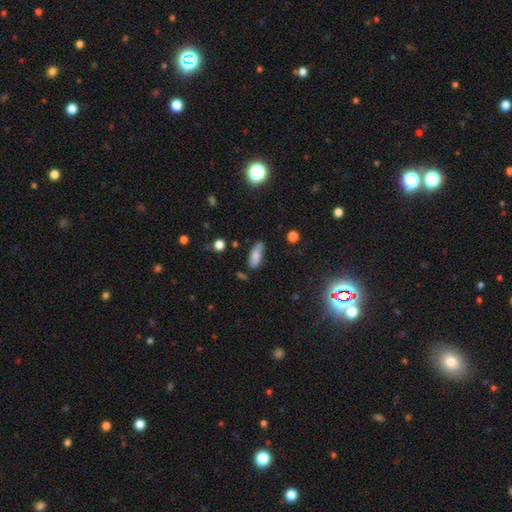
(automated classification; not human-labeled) The model was most divided on "how rounded": in between: 71%, cigar-shaped: 26%, round: 3%. More confident: smooth or featured — smooth (73%); merging — none (70%).